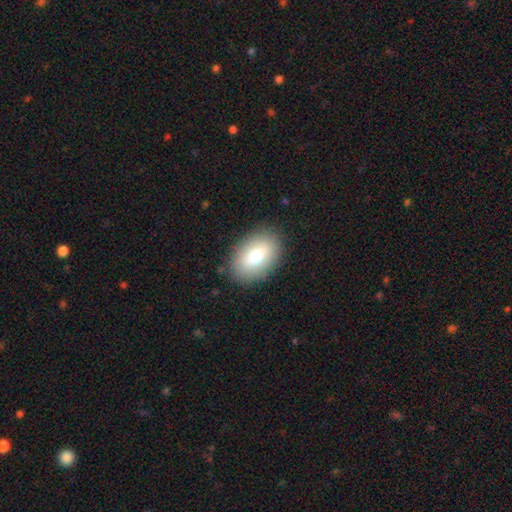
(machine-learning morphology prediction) Smooth or featured? smooth (77%)
How rounded? in between (89%)
Merging? none (87%)